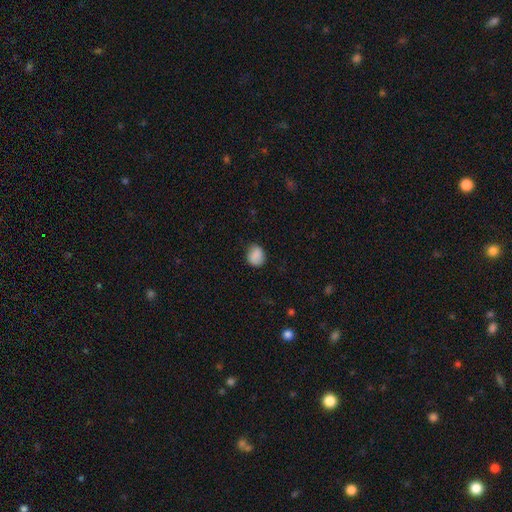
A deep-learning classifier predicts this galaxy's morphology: Smooth or featured?
  - smooth: 85% *
  - star or artifact: 8%
  - featured or disk: 6%
How rounded?
  - round: 59% *
  - in between: 40%
  - cigar-shaped: 1%
Merging?
  - none: 74% *
  - minor disturbance: 20%
  - major disturbance: 4%
  - merger: 1%